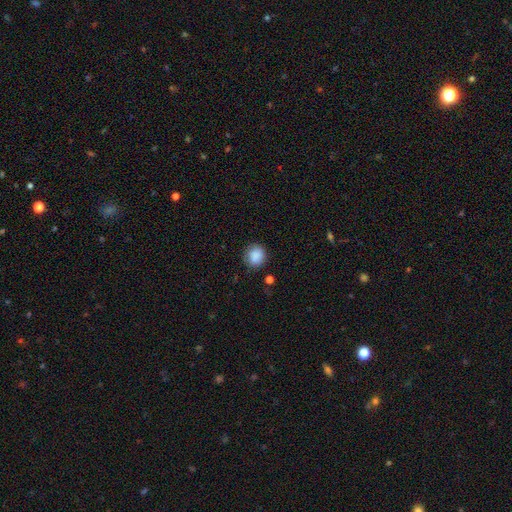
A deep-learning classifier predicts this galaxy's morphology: Smooth or featured? smooth (88%)
How rounded? round (82%)
Merging? none (81%)